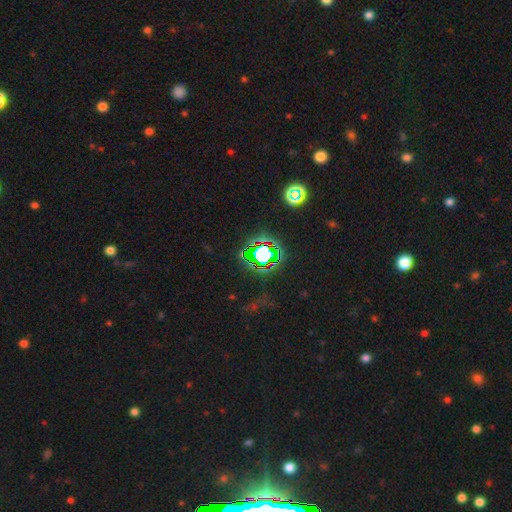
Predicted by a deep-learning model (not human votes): Morphology: type=star or artifact (73%).